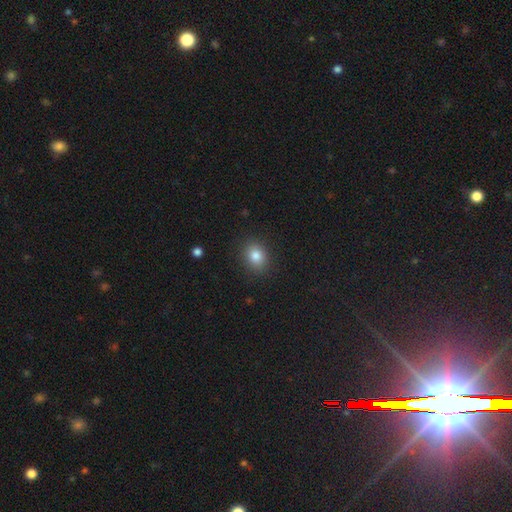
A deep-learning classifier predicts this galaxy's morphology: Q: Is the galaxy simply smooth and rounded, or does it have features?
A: smooth — 82%.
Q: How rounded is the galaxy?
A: in between — 50%.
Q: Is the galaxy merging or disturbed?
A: none — 88%.